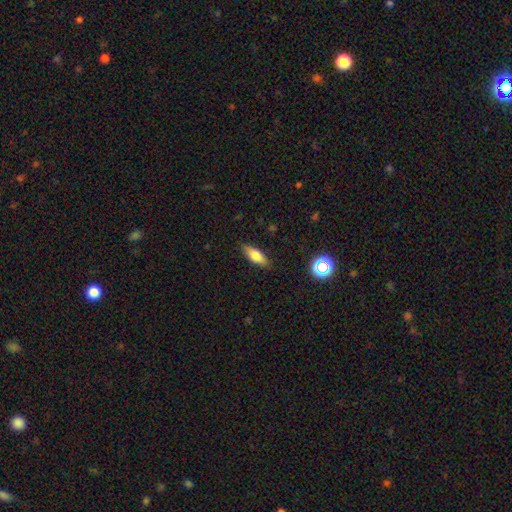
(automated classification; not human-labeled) Smooth or featured?
  - smooth: 71% *
  - featured or disk: 21%
  - star or artifact: 8%
How rounded?
  - in between: 66% *
  - cigar-shaped: 31%
  - round: 3%
Merging?
  - none: 86% *
  - minor disturbance: 11%
  - major disturbance: 2%
  - merger: 1%